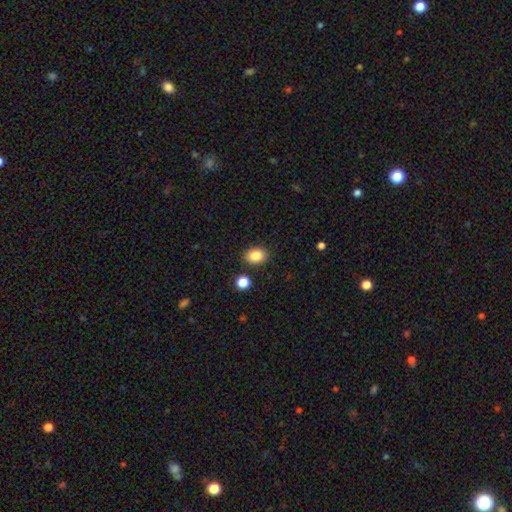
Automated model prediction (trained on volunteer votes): Smooth or featured? Predicted: smooth (p=0.85). How rounded? Predicted: in between (p=0.61). Merging? Predicted: none (p=0.86).